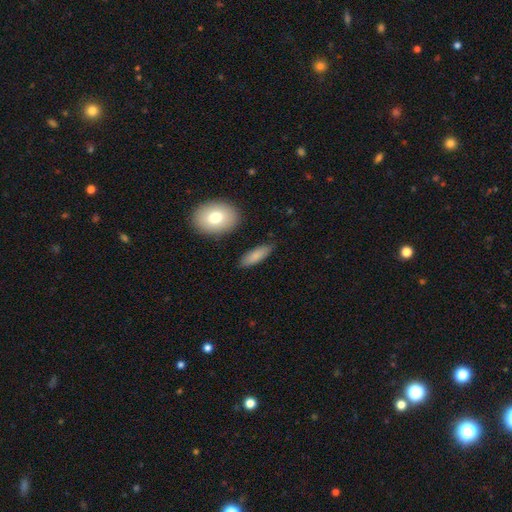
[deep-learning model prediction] smooth-or-featured: smooth: 82% | featured or disk: 11% | star or artifact: 6%
  how-rounded: in between: 62% | cigar-shaped: 36% | round: 2%
  merging: none: 82% | minor disturbance: 13% | major disturbance: 3% | merger: 3%